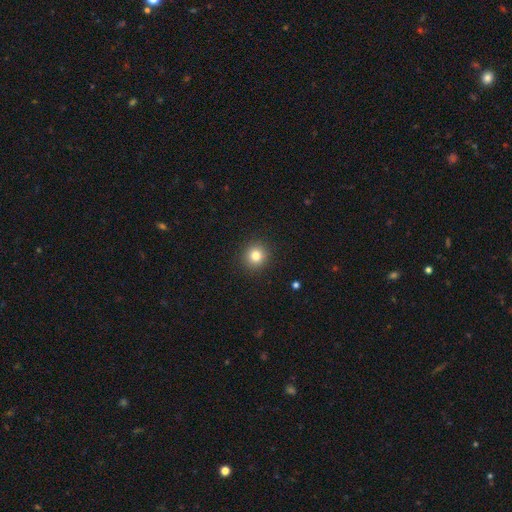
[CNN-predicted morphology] Smooth or featured? smooth (82%)
How rounded? round (91%)
Merging? none (92%)